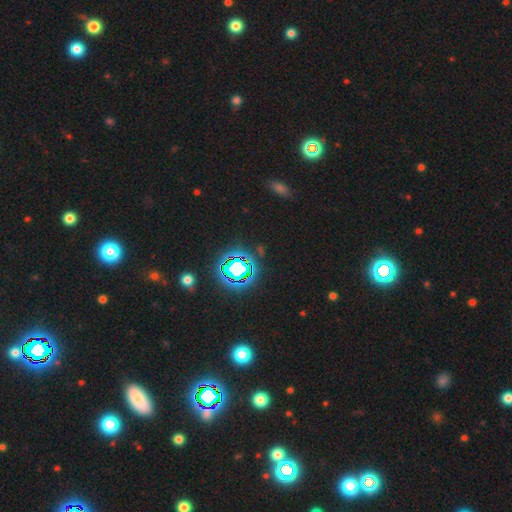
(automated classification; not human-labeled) smooth_or_featured: star or artifact (p=0.76) [alt: smooth p=0.16]